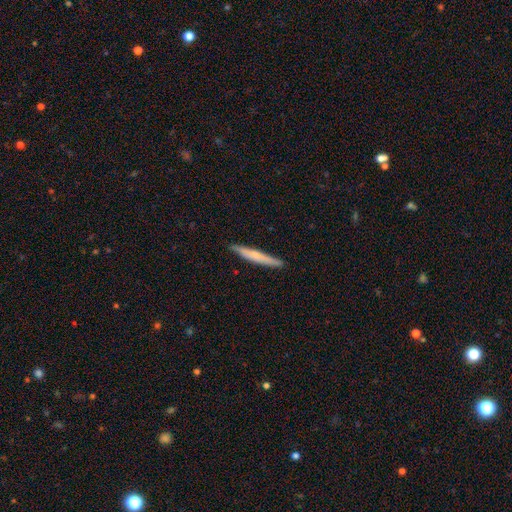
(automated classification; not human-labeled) A smooth galaxy with no disk features (58%) that is cigar-shaped (95%).

Vote fractions:
- Smooth or featured? smooth: 58% / featured or disk: 37% / star or artifact: 5%
- How rounded? cigar-shaped: 95% / in between: 3% / round: 1%
- Merging? none: 89% / minor disturbance: 8% / major disturbance: 1% / merger: 1%